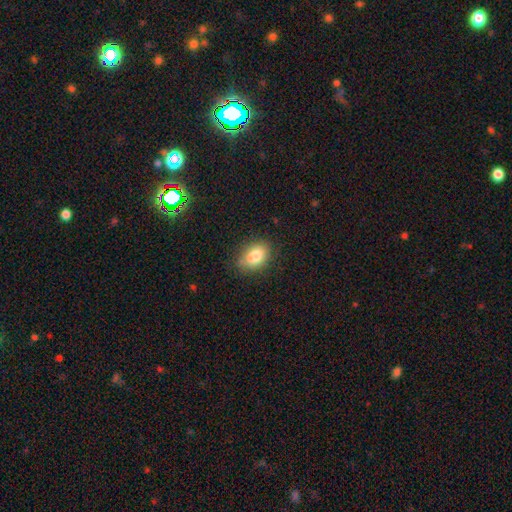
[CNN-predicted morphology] This appears to be a smooth galaxy with no disk features (81%) that is in between round and cigar-shaped (82%). Merging: none (74%).